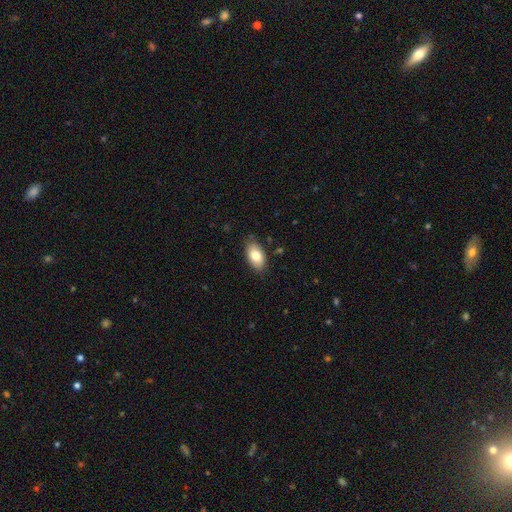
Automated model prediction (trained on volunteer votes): A smooth galaxy with no disk features (82%) that is in between round and cigar-shaped (93%). Merging: none (83%).